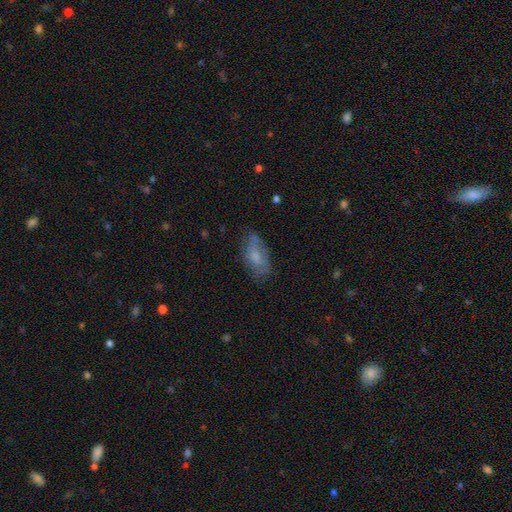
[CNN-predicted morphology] Smooth or featured? Predicted: smooth (p=0.59). How rounded? Predicted: in between (p=0.89). Merging? Predicted: none (p=0.59).